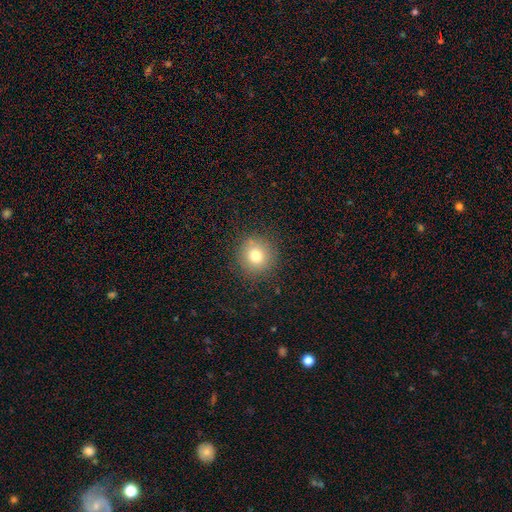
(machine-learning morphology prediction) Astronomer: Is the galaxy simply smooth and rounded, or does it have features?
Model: smooth — 76%.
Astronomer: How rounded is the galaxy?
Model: round — 91%.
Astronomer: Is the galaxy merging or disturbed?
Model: none — 85%.